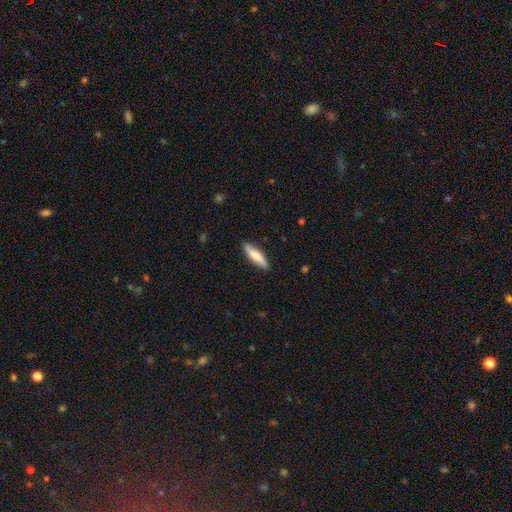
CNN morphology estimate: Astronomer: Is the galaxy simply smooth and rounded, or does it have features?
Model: smooth — 69%.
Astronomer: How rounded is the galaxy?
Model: cigar-shaped — 72%.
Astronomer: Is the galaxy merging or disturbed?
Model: none — 86%.